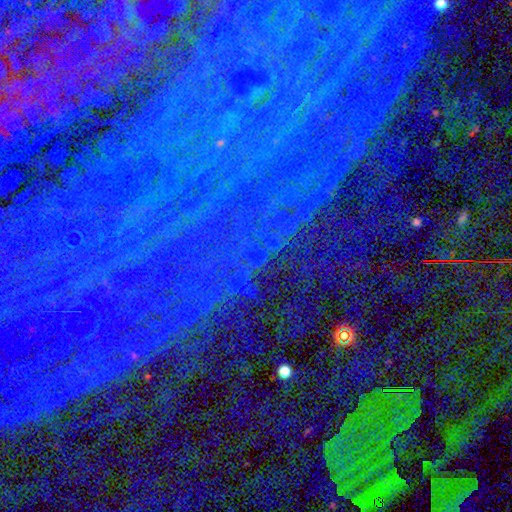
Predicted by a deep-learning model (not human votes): Overall: star or artifact (80%).